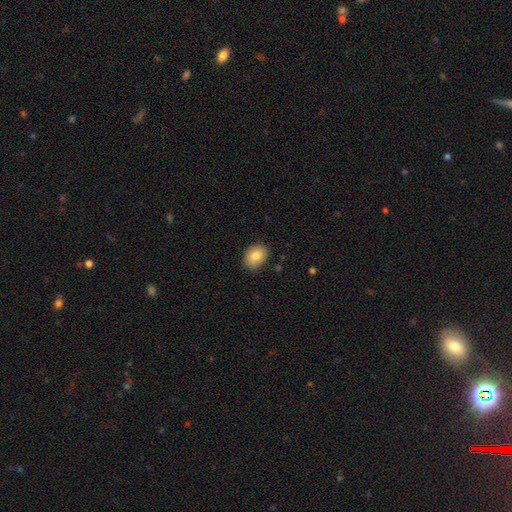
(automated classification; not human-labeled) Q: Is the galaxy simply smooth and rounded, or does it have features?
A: smooth — 82%.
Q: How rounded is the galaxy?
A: in between — 71%.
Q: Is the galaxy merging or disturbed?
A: none — 86%.